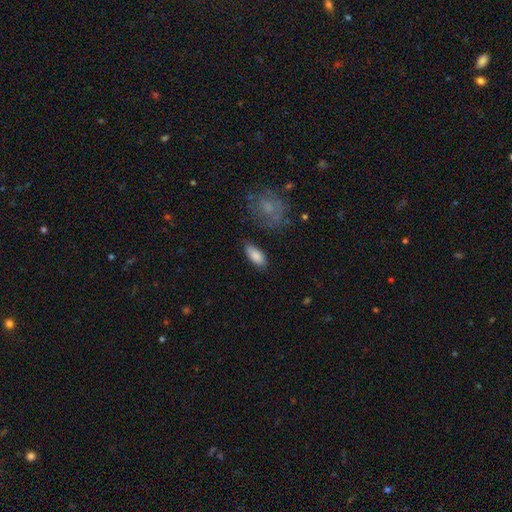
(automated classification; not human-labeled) A smooth galaxy with no disk features (86%) that is in between round and cigar-shaped (85%). Merging: none (80%).